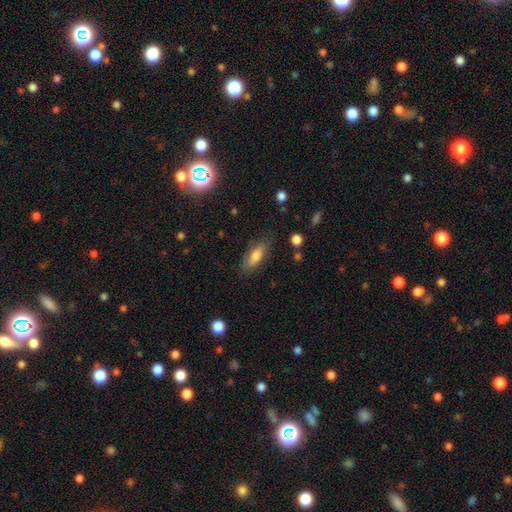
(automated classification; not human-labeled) Smooth or featured? smooth (63%)
How rounded? in between (64%)
Merging? none (77%)